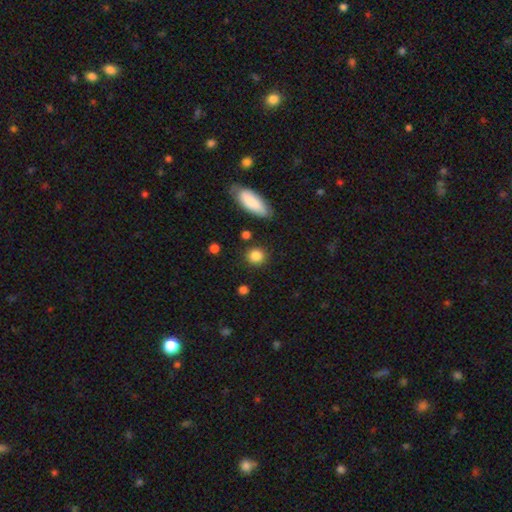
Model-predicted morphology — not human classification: A smooth galaxy with no disk features (86%) that is round (83%). Merging: none (85%).